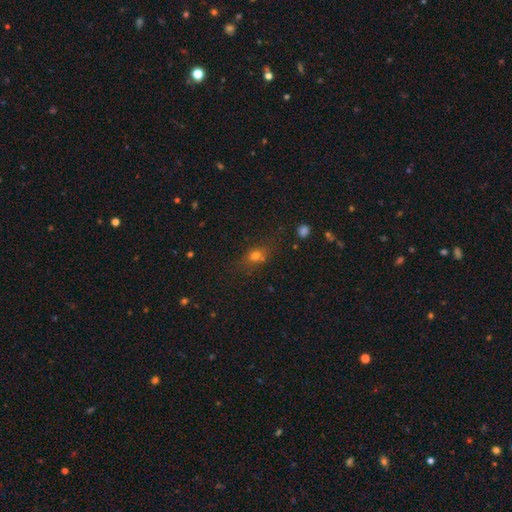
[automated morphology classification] A smooth galaxy with no disk features (68%) that is in between round and cigar-shaped (55%). Merging: none (59%).